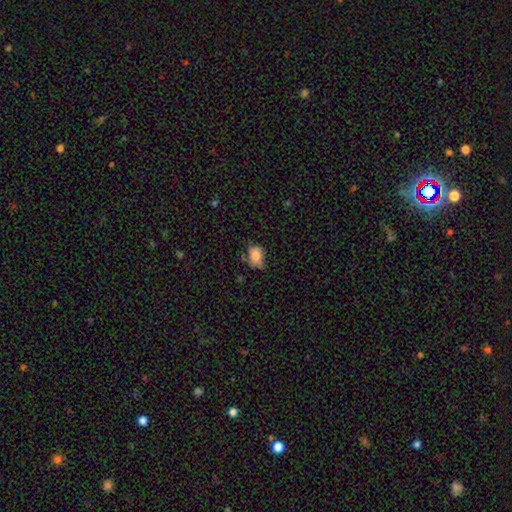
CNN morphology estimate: A smooth galaxy with no disk features (79%) that is in between round and cigar-shaped (75%). Merging: minor disturbance (40%).